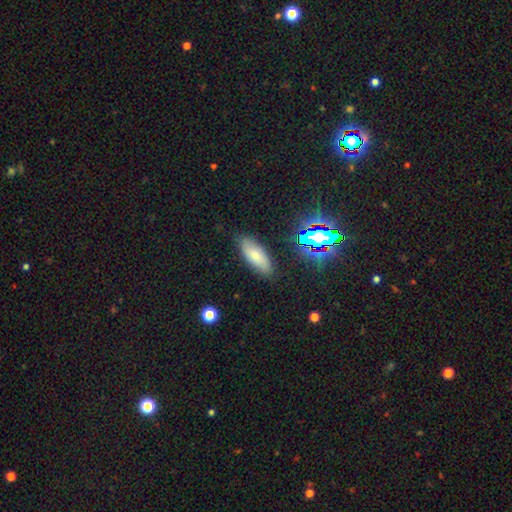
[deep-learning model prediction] This appears to be a smooth galaxy with no disk features (71%) that is in between round and cigar-shaped (77%). Merging: none (81%).